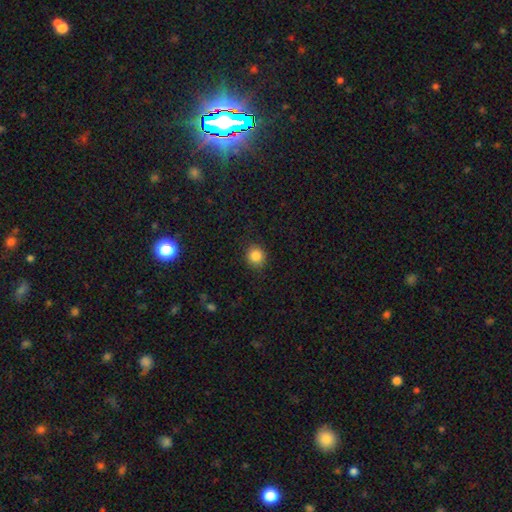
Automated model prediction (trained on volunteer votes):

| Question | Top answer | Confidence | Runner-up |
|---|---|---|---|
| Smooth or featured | smooth | 85% | star or artifact (10%) |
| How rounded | round | 89% | in between (10%) |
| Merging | none | 89% | minor disturbance (7%) |